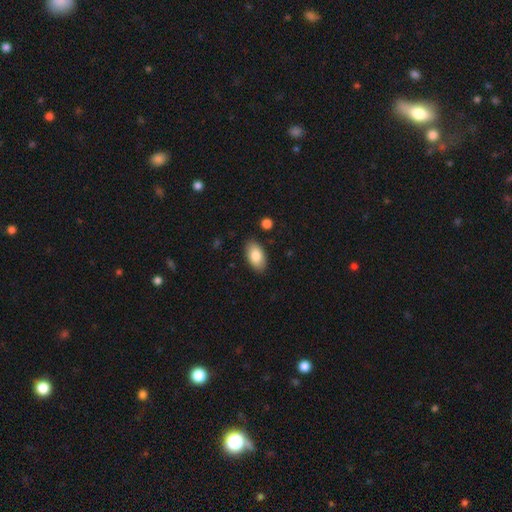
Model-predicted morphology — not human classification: Overall: smooth (82%). How rounded: in between (94%). Merging: none (87%).